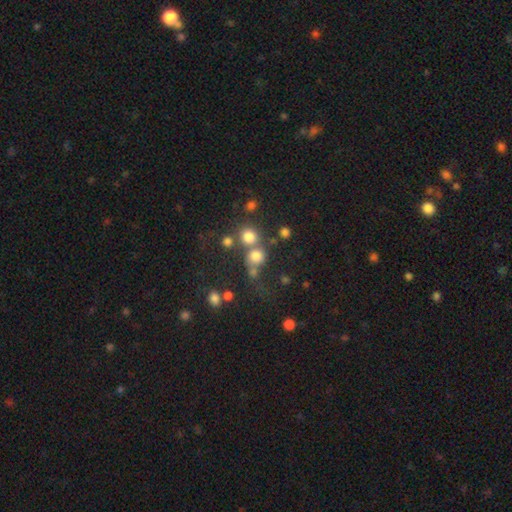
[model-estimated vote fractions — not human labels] Smooth or featured? Predicted: smooth (p=0.74). How rounded? Predicted: round (p=0.85). Merging? Predicted: none (p=0.50).